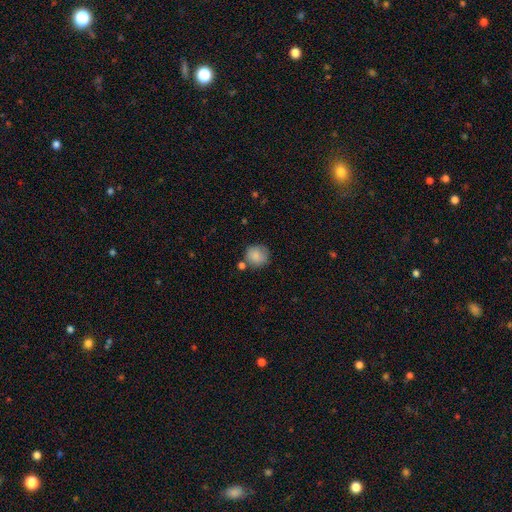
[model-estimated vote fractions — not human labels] Morphology: type=smooth (84%); roundness=round (88%); merging=none (67%).